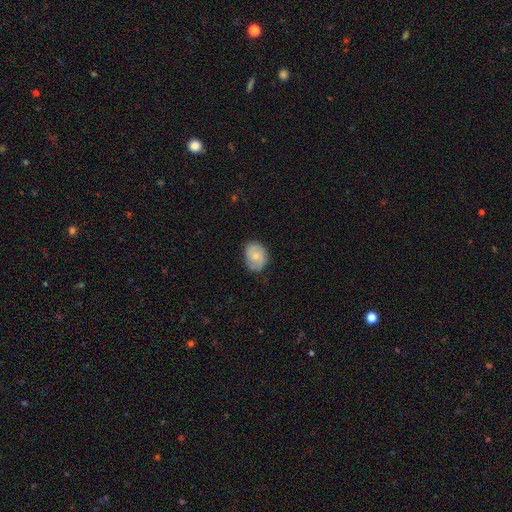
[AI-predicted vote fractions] A smooth galaxy with no disk features (60%) that is in between round and cigar-shaped (54%). Merging: none (68%).